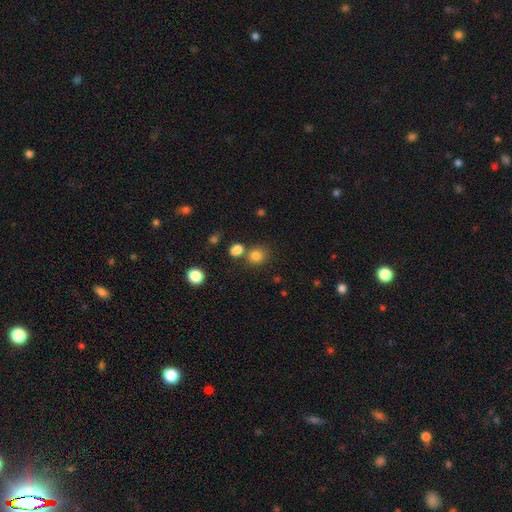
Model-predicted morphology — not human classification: This appears to be a smooth galaxy with no disk features (81%) that is round (80%). Merging: none (68%).